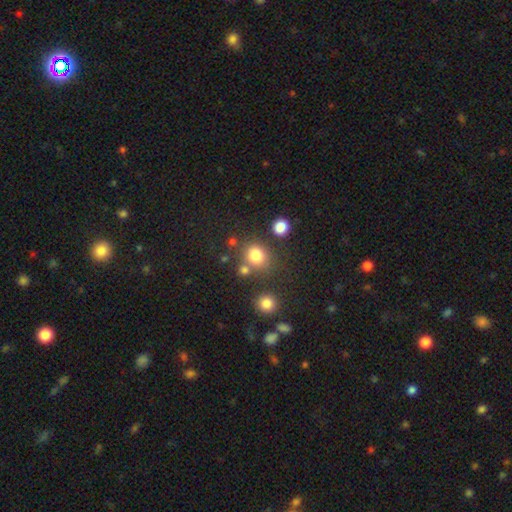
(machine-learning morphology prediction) This is likely a smooth galaxy (78%). How rounded: likely round (72%). Merging: likely none (65%).